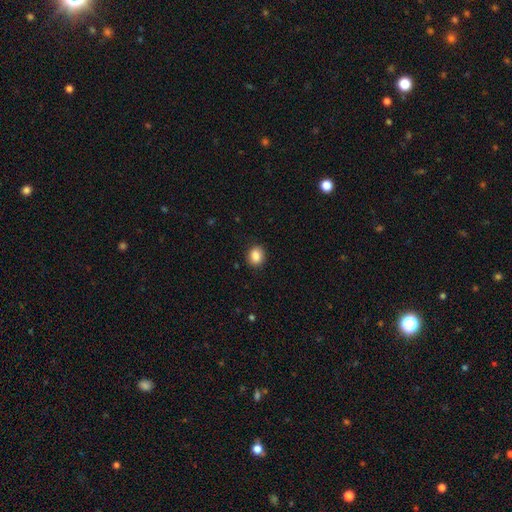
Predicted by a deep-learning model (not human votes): smooth_or_featured: smooth (p=0.87) [alt: star or artifact p=0.08]
how_rounded: round (p=0.58) [alt: in between p=0.41]
merging: none (p=0.89) [alt: minor disturbance p=0.08]